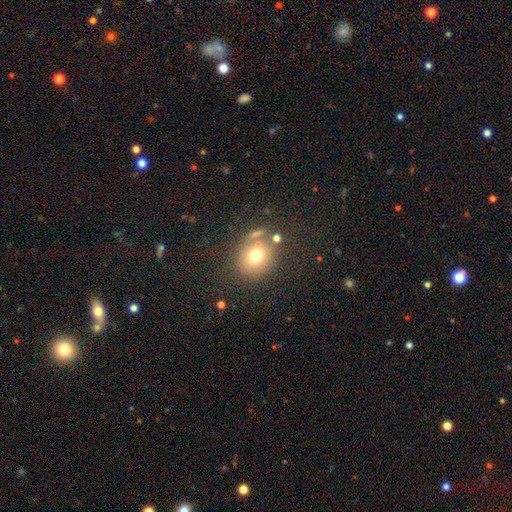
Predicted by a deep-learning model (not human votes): Smooth or featured?
  - smooth: 70% *
  - featured or disk: 15%
  - star or artifact: 15%
How rounded?
  - round: 71% *
  - in between: 28%
  - cigar-shaped: 1%
Merging?
  - none: 67% *
  - minor disturbance: 14%
  - merger: 12%
  - major disturbance: 7%